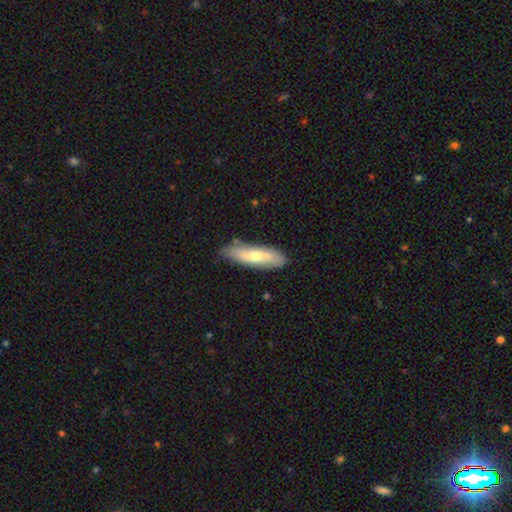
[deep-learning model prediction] A smooth galaxy with no disk features (58%) that is cigar-shaped (59%). Merging: none (77%).